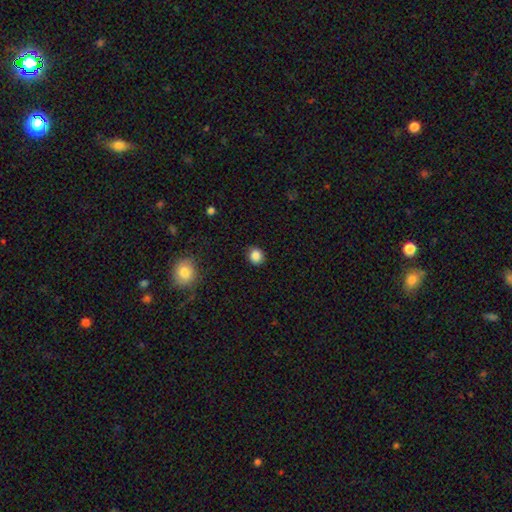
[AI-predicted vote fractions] Smooth or featured: smooth — 85% (star or artifact — 11%)
How rounded: round — 81% (in between — 18%)
Merging: none — 88% (minor disturbance — 9%)